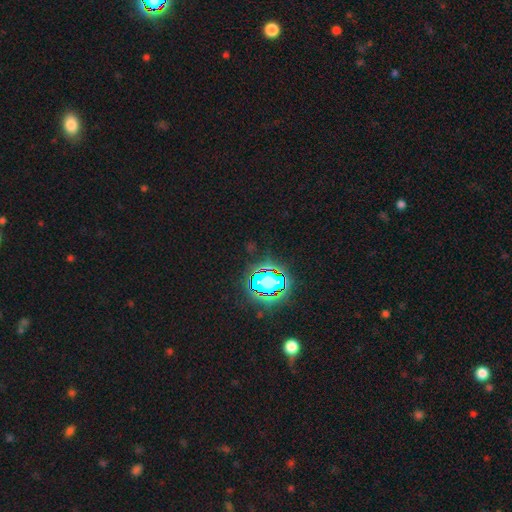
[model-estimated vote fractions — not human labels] Morphology: type=star or artifact (81%).